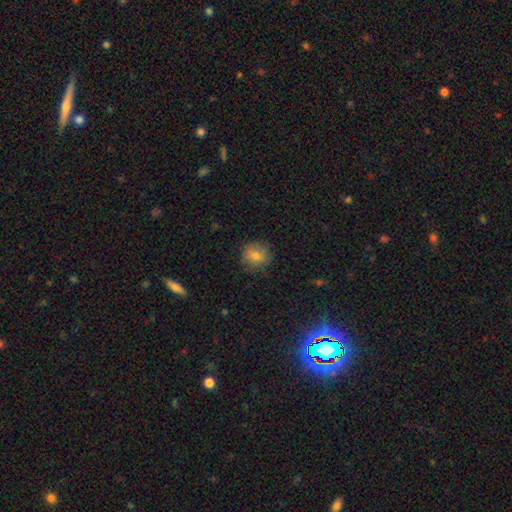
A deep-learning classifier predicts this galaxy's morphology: Q: Smooth or featured?
A: smooth (76%); runner-up: featured or disk (13%)
Q: How rounded?
A: round (89%); runner-up: in between (10%)
Q: Merging?
A: none (83%); runner-up: minor disturbance (13%)